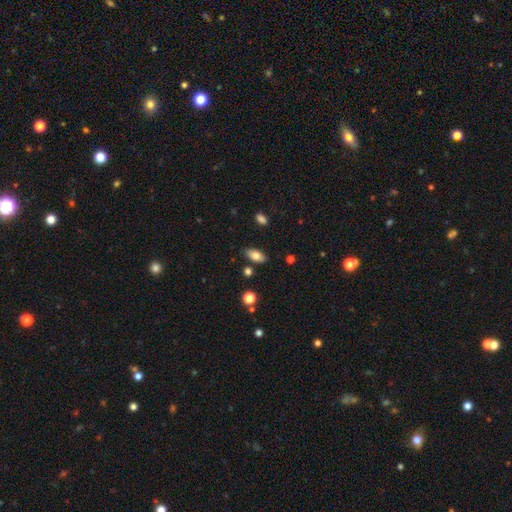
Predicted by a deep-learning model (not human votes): Smooth or featured? smooth (81%)
How rounded? in between (90%)
Merging? none (83%)